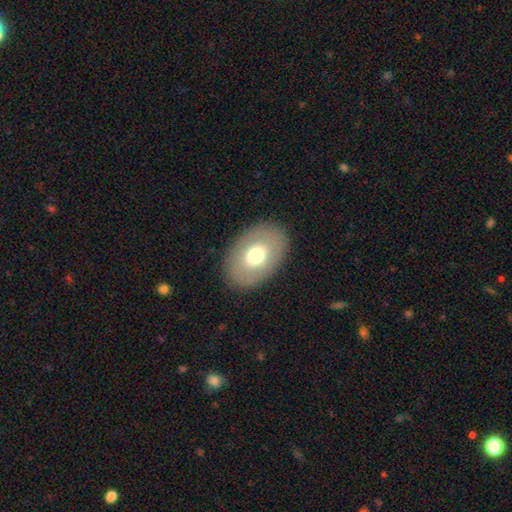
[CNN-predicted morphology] smooth_or_featured: smooth (p=0.64) [alt: featured or disk p=0.28]
how_rounded: in between (p=0.82) [alt: round p=0.17]
merging: none (p=0.87) [alt: minor disturbance p=0.09]